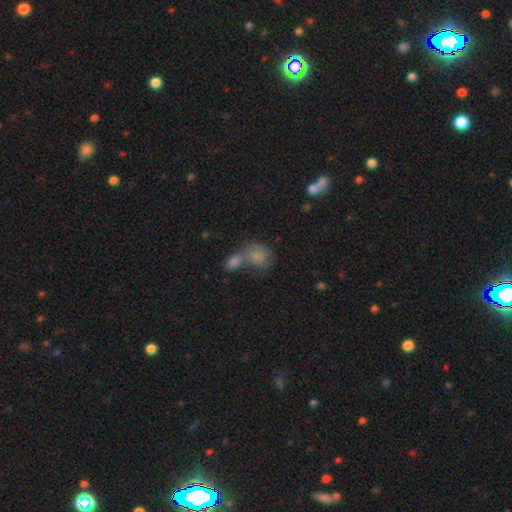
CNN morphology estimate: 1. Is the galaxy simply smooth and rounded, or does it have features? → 67% smooth, 21% featured or disk, 12% star or artifact.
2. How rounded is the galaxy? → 49% in between (tied), 49% round (tied), 2% cigar-shaped.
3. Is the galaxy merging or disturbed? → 58% merger, 26% none, 10% minor disturbance, 6% major disturbance.